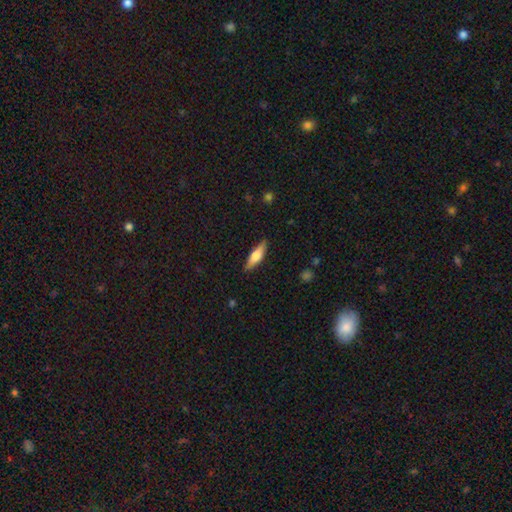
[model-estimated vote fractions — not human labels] smooth 57%, featured or disk 37%, star or artifact 6%. Down the decision tree: how rounded — cigar-shaped (63%); merging — none (88%).